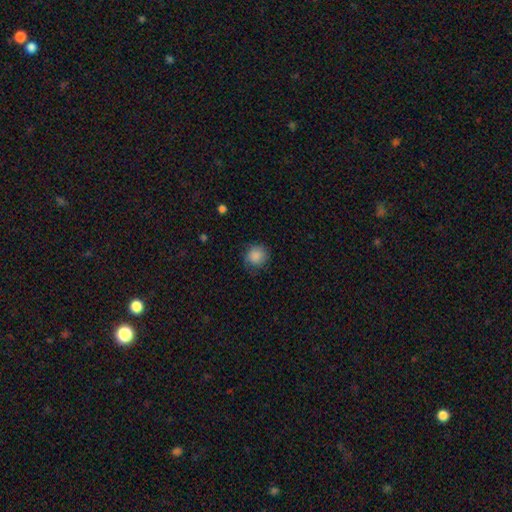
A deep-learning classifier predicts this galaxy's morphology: Smooth or featured?
  - smooth: 86% *
  - star or artifact: 8%
  - featured or disk: 6%
How rounded?
  - round: 90% *
  - in between: 9%
  - cigar-shaped: 1%
Merging?
  - none: 76% *
  - minor disturbance: 18%
  - major disturbance: 5%
  - merger: 1%